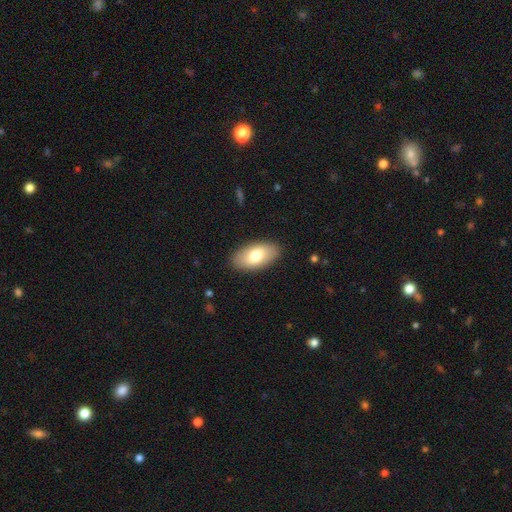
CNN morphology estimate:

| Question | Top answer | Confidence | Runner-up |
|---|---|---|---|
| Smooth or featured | smooth | 75% | featured or disk (20%) |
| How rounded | in between | 94% | cigar-shaped (3%) |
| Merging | none | 88% | minor disturbance (9%) |